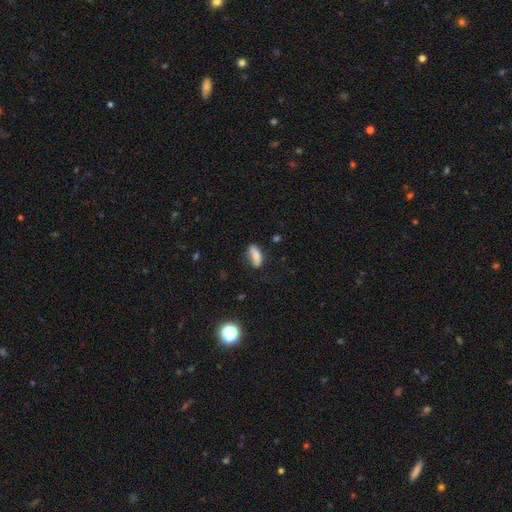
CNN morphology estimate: This appears to be a smooth galaxy with no disk features (78%) that is in between round and cigar-shaped (77%). Merging: none (68%).